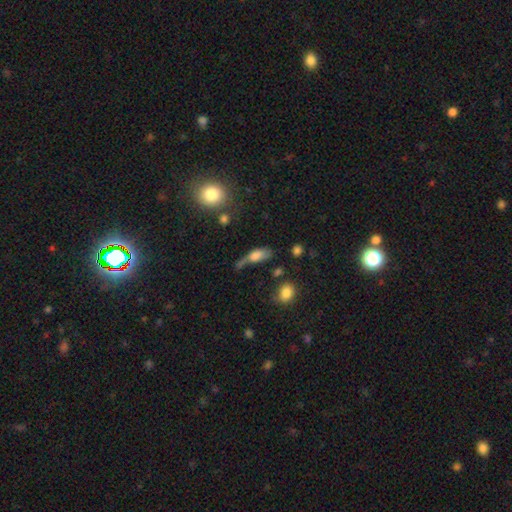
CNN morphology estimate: Overall: smooth (69%). How rounded: in between (75%). Merging: major disturbance (31%; none 28%).